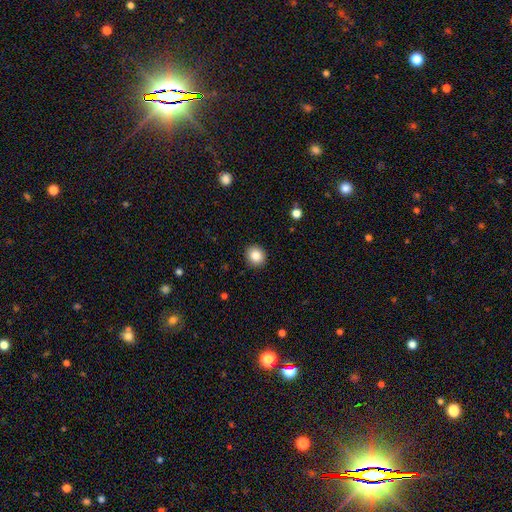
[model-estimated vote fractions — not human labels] This appears to be a smooth galaxy with no disk features (86%) that is round (81%). Merging: none (92%).